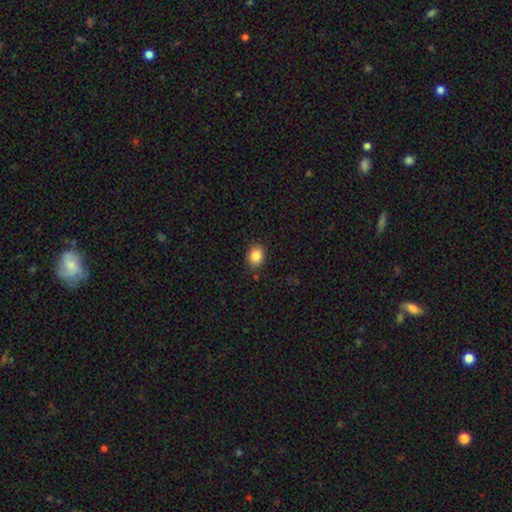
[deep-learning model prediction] This is clearly a smooth galaxy (85%). How rounded: possibly round (57%). Merging: clearly none (86%).